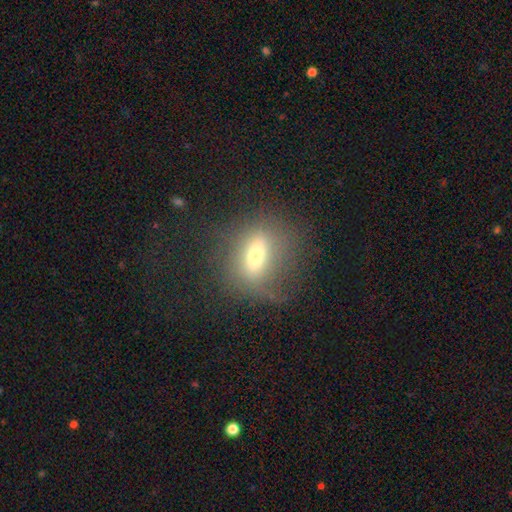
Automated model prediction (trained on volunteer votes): The model was most divided on "smooth or featured": smooth: 52%, featured or disk: 34%, star or artifact: 14%. More confident: merging — none (63%); how rounded — in between (58%).